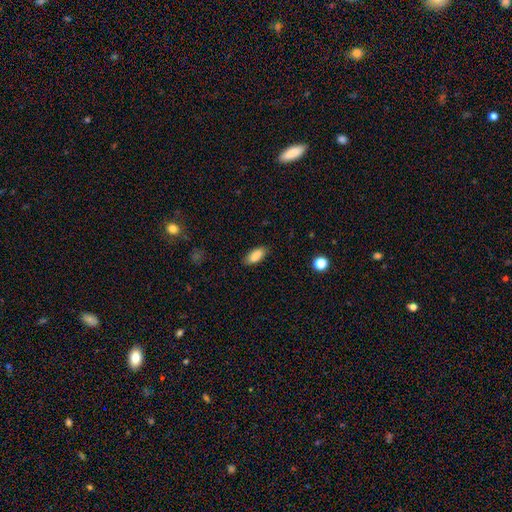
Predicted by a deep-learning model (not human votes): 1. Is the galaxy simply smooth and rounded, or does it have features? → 87% smooth, 7% star or artifact, 5% featured or disk.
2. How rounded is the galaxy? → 87% in between, 11% cigar-shaped, 2% round.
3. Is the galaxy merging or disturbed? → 84% none, 12% minor disturbance, 3% major disturbance, 1% merger.